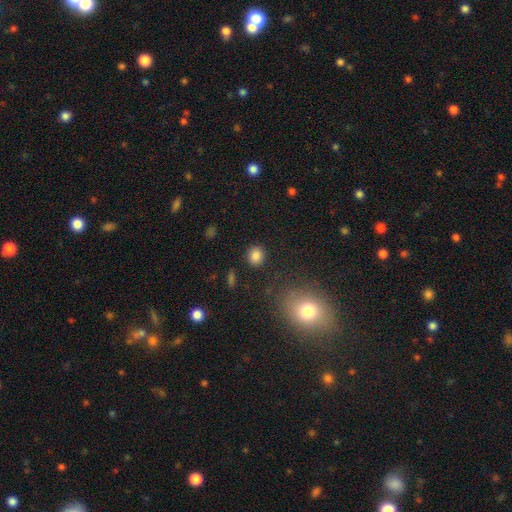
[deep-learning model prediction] smooth 84%, star or artifact 11%, featured or disk 5%. Down the decision tree: how rounded — round (71%); merging — none (87%).